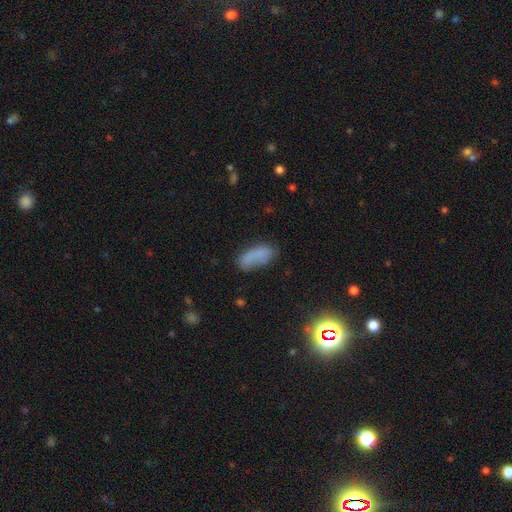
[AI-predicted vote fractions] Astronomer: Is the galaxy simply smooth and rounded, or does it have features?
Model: smooth — 74%.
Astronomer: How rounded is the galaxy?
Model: in between — 83%.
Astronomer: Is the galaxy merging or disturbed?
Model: none — 57%.